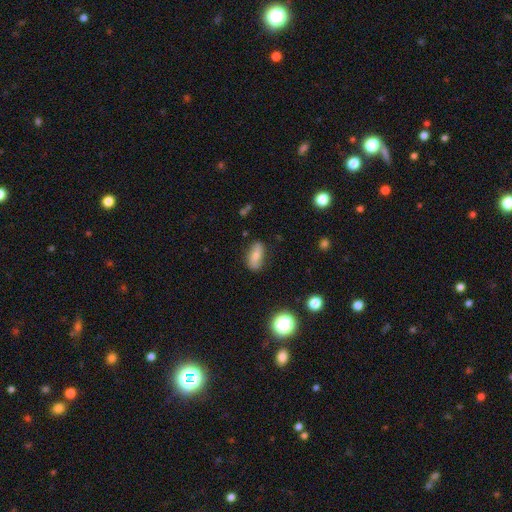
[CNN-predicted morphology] type=smooth (64%); roundness=in between (82%); merging=none (79%).